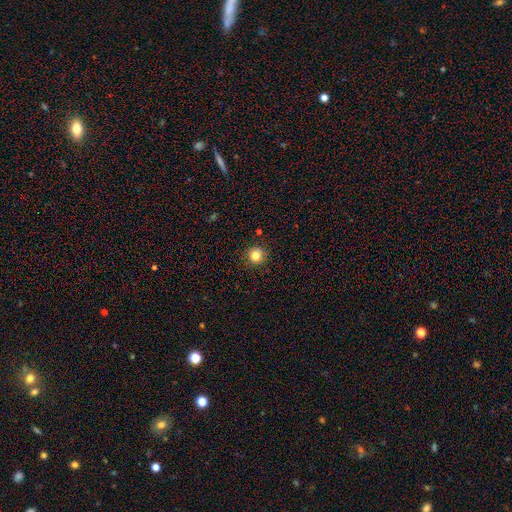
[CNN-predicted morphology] Smooth or featured: smooth — 81% (star or artifact — 13%)
How rounded: round — 94% (in between — 5%)
Merging: none — 91% (minor disturbance — 6%)